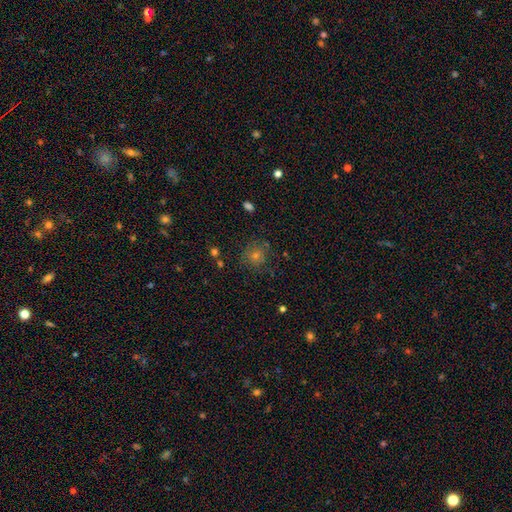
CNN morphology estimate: The model was most divided on "smooth or featured": smooth: 50%, star or artifact: 33%, featured or disk: 18%. More confident: merging — none (81%).